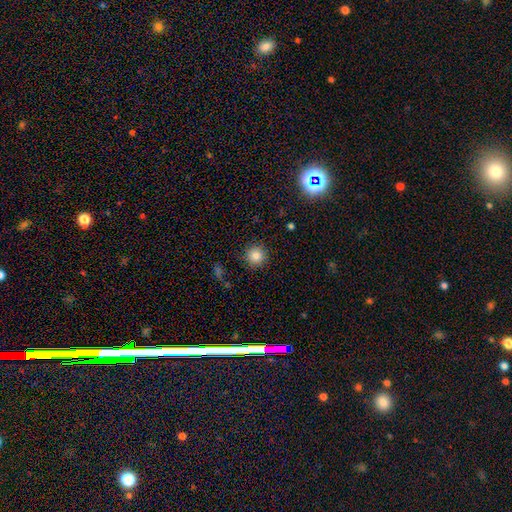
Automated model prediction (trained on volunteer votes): This appears to be a smooth galaxy with no disk features (84%) that is round (95%). Merging: none (90%).